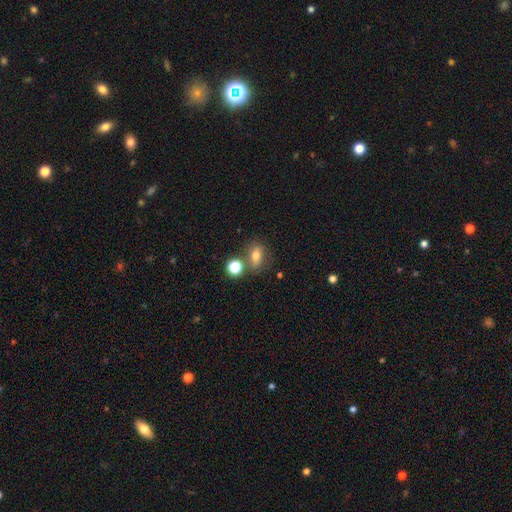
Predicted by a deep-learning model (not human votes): smooth-or-featured: smooth: 69% | featured or disk: 16% | star or artifact: 15%
  how-rounded: in between: 65% | round: 31% | cigar-shaped: 5%
  merging: none: 64% | merger: 17% | minor disturbance: 14% | major disturbance: 5%